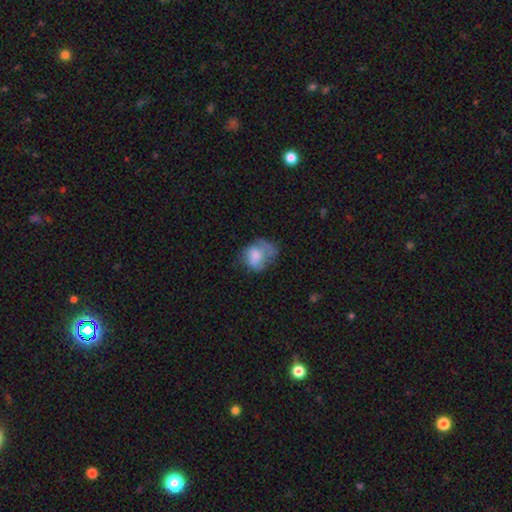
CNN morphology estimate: Smooth or featured? Predicted: smooth (p=0.63). How rounded? Predicted: in between (p=0.55). Merging? Predicted: none (p=0.33).